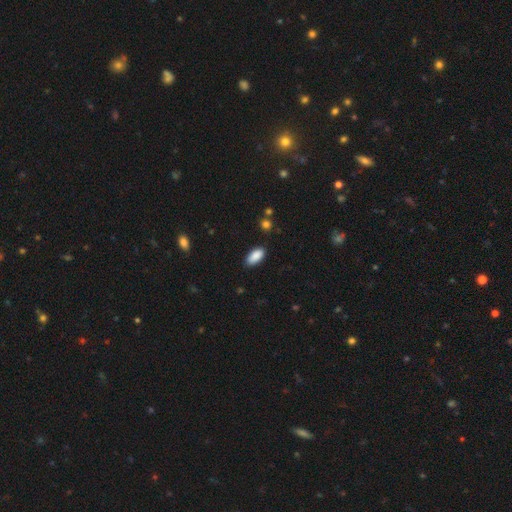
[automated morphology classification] Overall: smooth (89%). How rounded: in between (92%). Merging: none (85%).